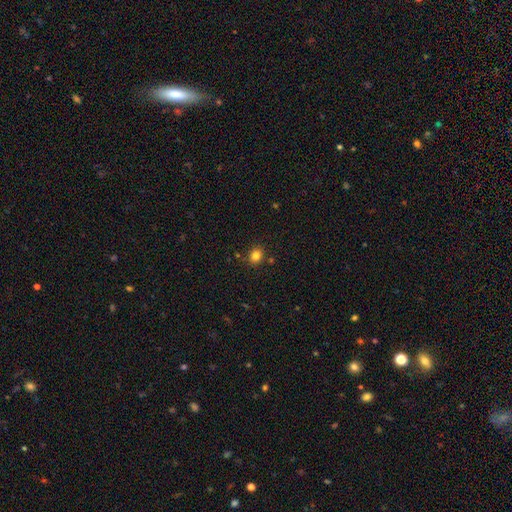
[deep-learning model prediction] smooth 81%, star or artifact 13%, featured or disk 5%. Down the decision tree: how rounded — round (74%); merging — none (85%).